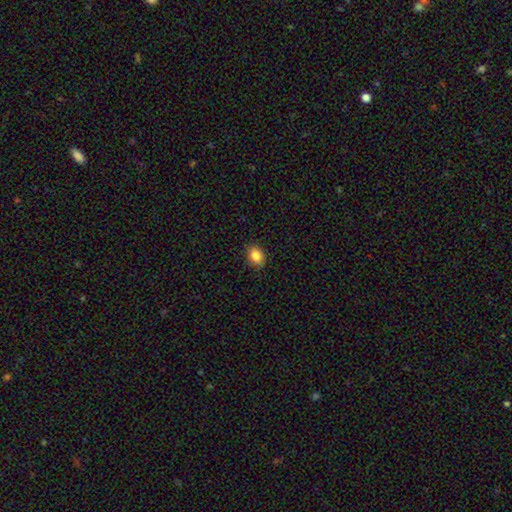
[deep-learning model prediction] Morphology: type=smooth (86%); roundness=in between (71%); merging=none (88%).